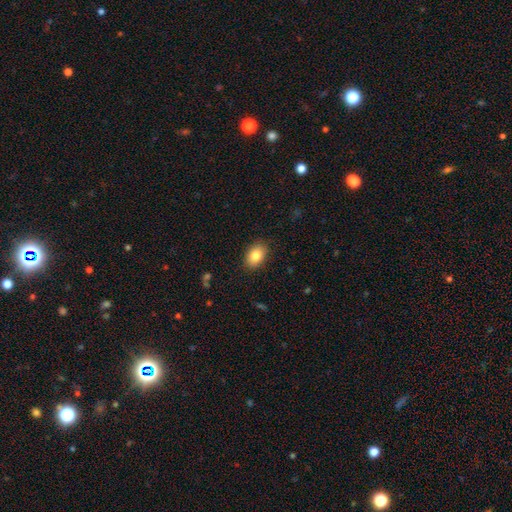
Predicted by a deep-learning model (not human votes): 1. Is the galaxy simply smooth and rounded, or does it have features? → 84% smooth, 8% featured or disk, 8% star or artifact.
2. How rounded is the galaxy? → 85% in between, 14% round, 1% cigar-shaped.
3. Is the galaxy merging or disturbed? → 88% none, 9% minor disturbance, 2% major disturbance, 1% merger.